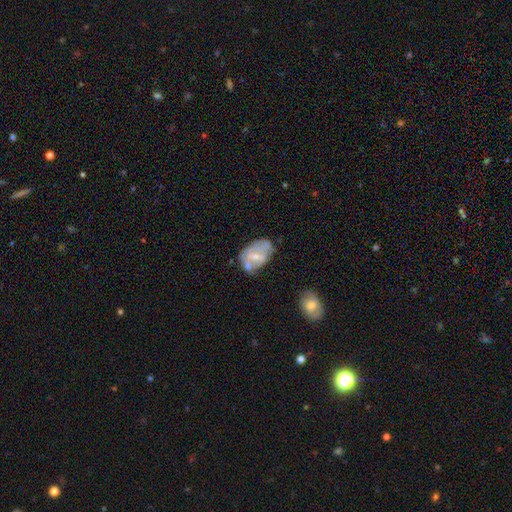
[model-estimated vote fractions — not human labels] Morphology: type=featured or disk (59%); edge-on=no (96%); bar=no (68%); spiral arms=no (63%); bulge=small (57%); merging=none (37%).